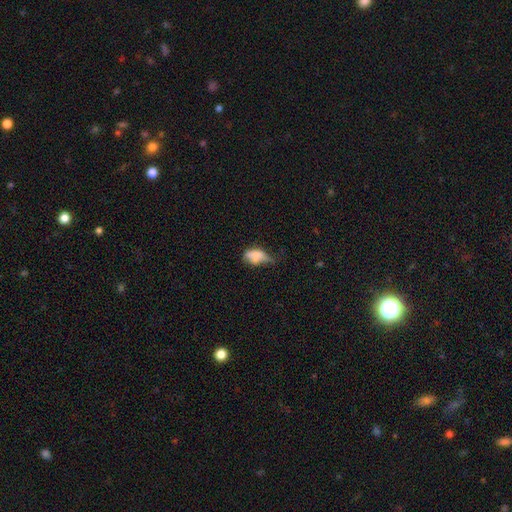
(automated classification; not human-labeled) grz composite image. It shows a smooth galaxy with no disk features (68%) that is in between round and cigar-shaped (84%). Merging: minor disturbance (37%).